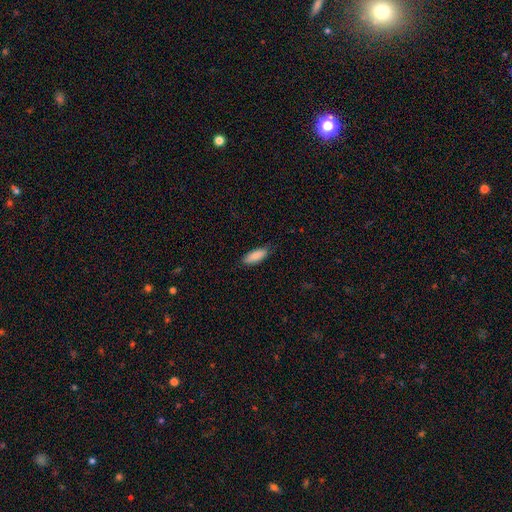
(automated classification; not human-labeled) This is clearly a smooth galaxy (88%). How rounded: likely in between (70%). Merging: clearly none (84%).